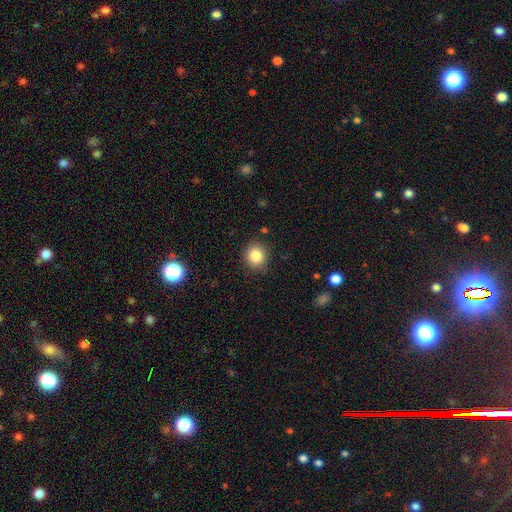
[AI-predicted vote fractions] Smooth or featured? Predicted: smooth (p=0.83). How rounded? Predicted: round (p=0.83). Merging? Predicted: none (p=0.88).